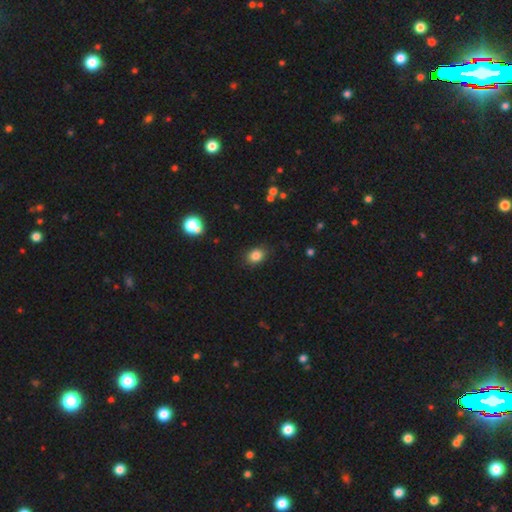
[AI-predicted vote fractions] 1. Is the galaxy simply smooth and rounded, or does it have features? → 83% smooth, 11% star or artifact, 6% featured or disk.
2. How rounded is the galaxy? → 61% in between, 38% round, 1% cigar-shaped.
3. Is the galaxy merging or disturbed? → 84% none, 12% minor disturbance, 3% major disturbance, 1% merger.